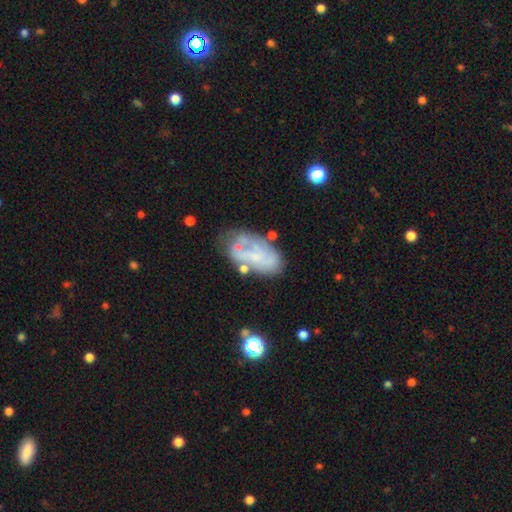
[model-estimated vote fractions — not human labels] featured or disk 60%, smooth 30%, star or artifact 10%. Down the decision tree: edge-on disk — no (96%); bar — no (73%); spiral arms — no (59%); bulge size — small (44%); merging — none (50%).